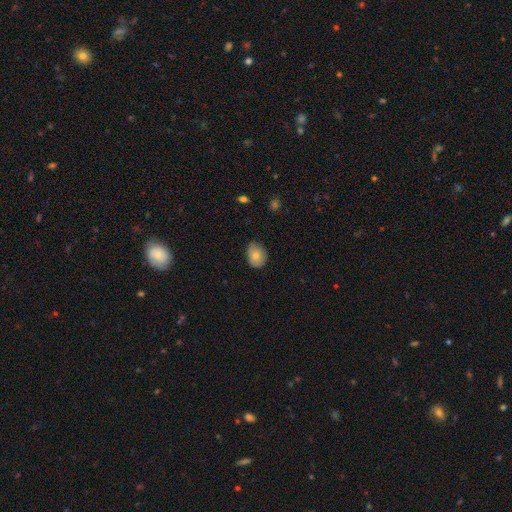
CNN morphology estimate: A smooth galaxy with no disk features (80%) that is in between round and cigar-shaped (62%). Merging: none (75%).